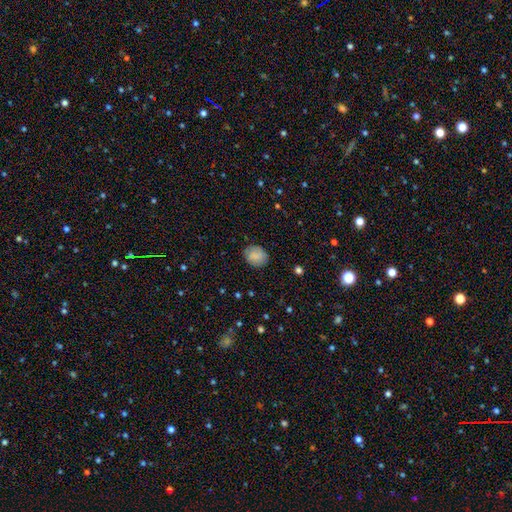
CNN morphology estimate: Q: Smooth or featured?
A: smooth (82%); runner-up: featured or disk (10%)
Q: How rounded?
A: round (57%); runner-up: in between (42%)
Q: Merging?
A: none (82%); runner-up: minor disturbance (14%)